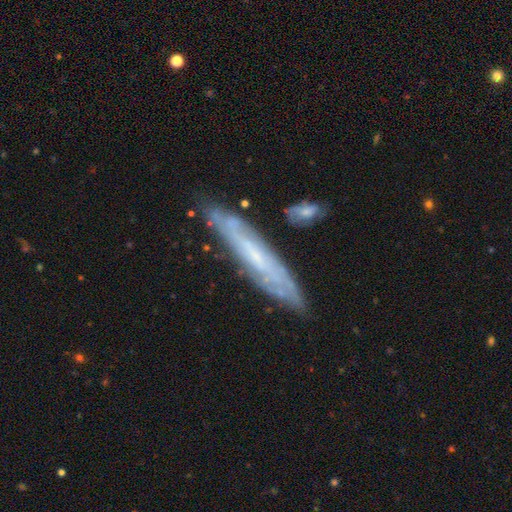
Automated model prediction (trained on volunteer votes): Smooth or featured?
  - featured or disk: 67% *
  - smooth: 26%
  - star or artifact: 8%
Edge-on disk?
  - yes: 55% *
  - no: 45%
Merging?
  - none: 80% *
  - minor disturbance: 13%
  - merger: 3%
  - major disturbance: 3%